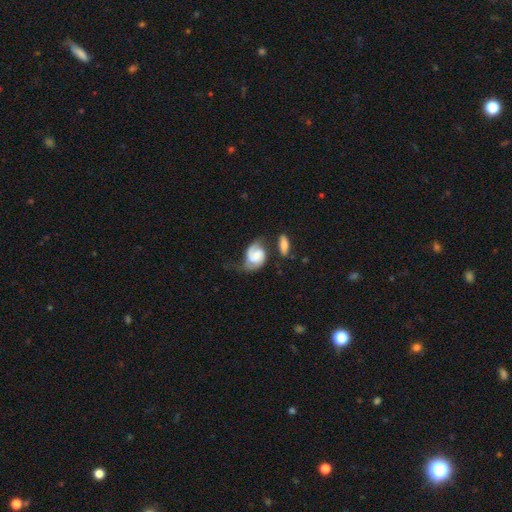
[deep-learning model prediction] Overall: featured or disk (68%). Edge-on disk: no (97%). Bar: no (58%; weak 34%). Spiral arms: yes (91%). Spiral arm count: 2 (73%). Spiral winding: medium (43%; tight 30%). Bulge size: small (32%; moderate 31%). Merging: none (32%; minor disturbance 26%).